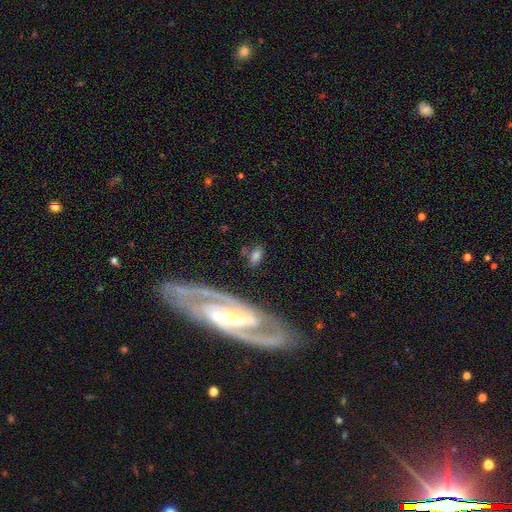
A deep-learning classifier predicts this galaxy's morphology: smooth 57%, featured or disk 34%, star or artifact 8%. Down the decision tree: how rounded — in between (84%); merging — none (67%).